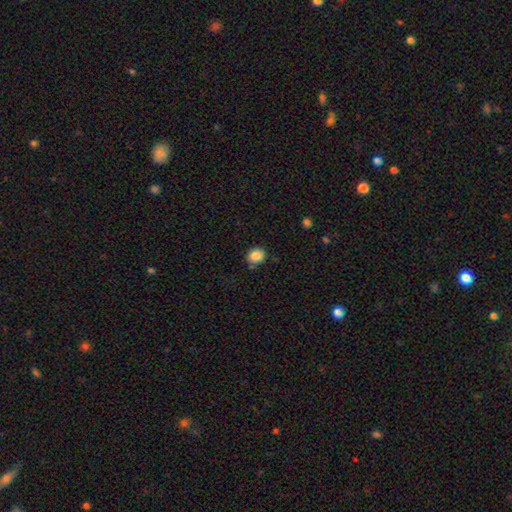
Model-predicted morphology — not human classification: Smooth or featured? smooth (86%)
How rounded? round (65%)
Merging? none (83%)